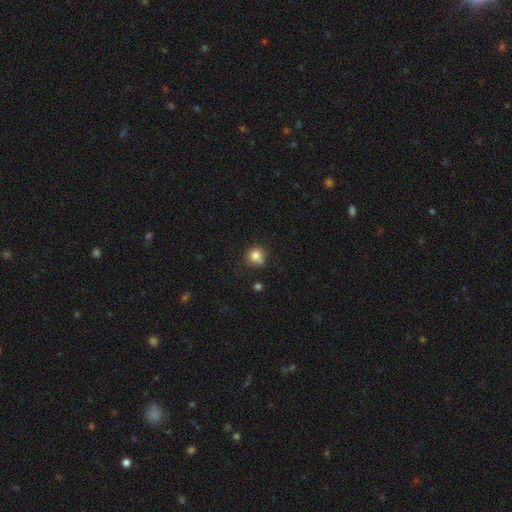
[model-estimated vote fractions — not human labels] smooth-or-featured: smooth: 82% | star or artifact: 11% | featured or disk: 7%
  how-rounded: round: 88% | in between: 11% | cigar-shaped: 1%
  merging: none: 67% | minor disturbance: 19% | merger: 9% | major disturbance: 5%